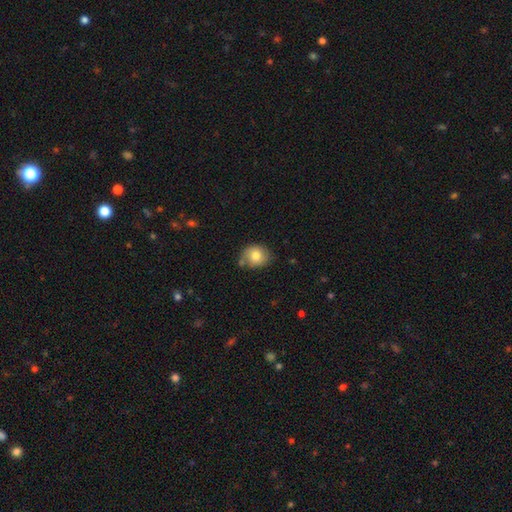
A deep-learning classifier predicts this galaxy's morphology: A smooth galaxy with no disk features (77%) that is round (68%).

Vote fractions:
- Smooth or featured? smooth: 77% / featured or disk: 14% / star or artifact: 9%
- How rounded? round: 68% / in between: 31% / cigar-shaped: 1%
- Merging? none: 66% / minor disturbance: 22% / merger: 8% / major disturbance: 5%